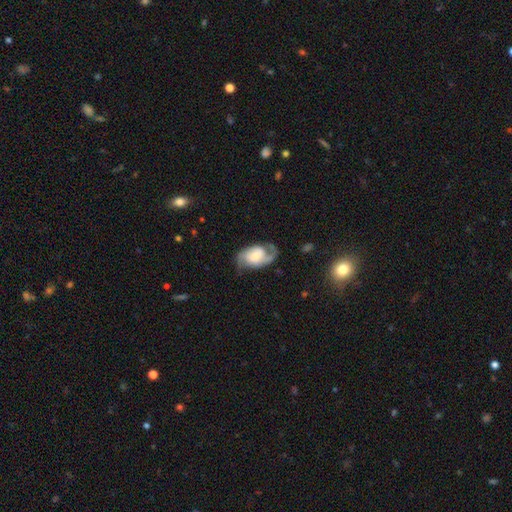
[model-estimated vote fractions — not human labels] Smooth or featured? featured or disk (76%)
Edge-on disk? no (97%)
Bar? no (56%)
Spiral arms? yes (93%)
Spiral winding? medium (46%)
Spiral arm count? 2 (84%)
Bulge size? small (38%)
Merging? none (60%)